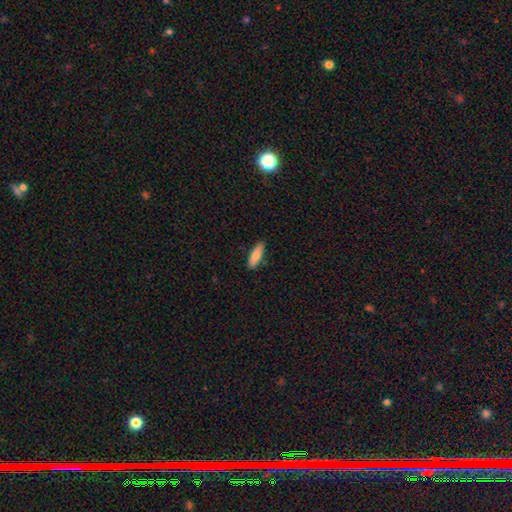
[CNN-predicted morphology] Overall: smooth (82%). How rounded: in between (53%; cigar-shaped 45%). Merging: none (86%).